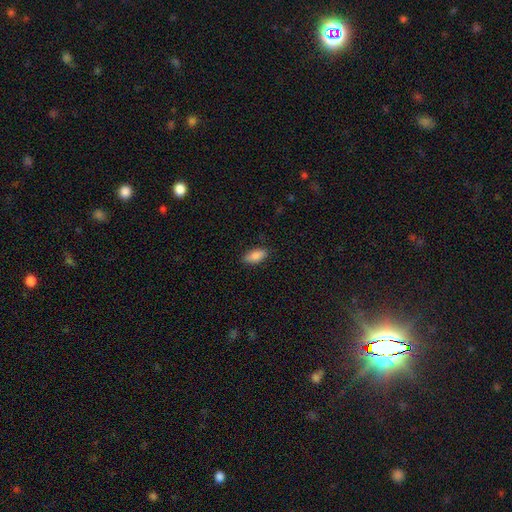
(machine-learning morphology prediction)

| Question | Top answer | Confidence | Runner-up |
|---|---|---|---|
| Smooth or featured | smooth | 87% | star or artifact (7%) |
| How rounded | in between | 88% | cigar-shaped (10%) |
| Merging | none | 87% | minor disturbance (10%) |